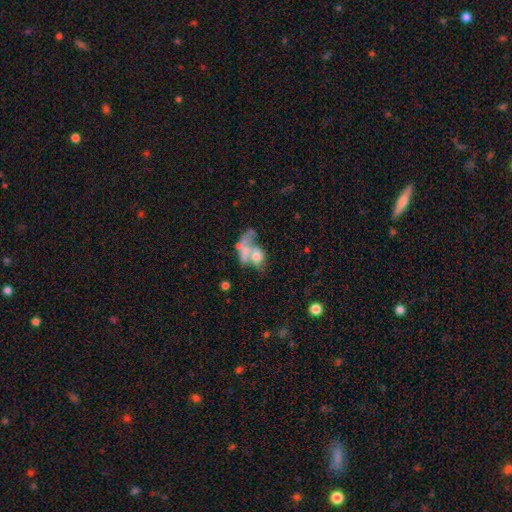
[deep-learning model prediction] The model was most divided on "smooth or featured": smooth: 45%, featured or disk: 42%, star or artifact: 13%. More confident: merging — merger (54%).